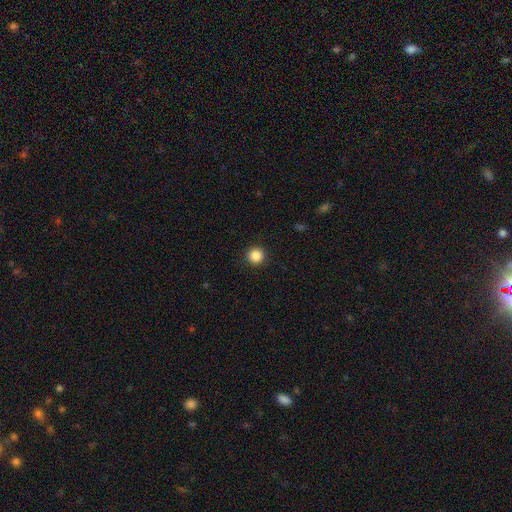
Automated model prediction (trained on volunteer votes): The model was most divided on "smooth or featured": smooth: 87%, star or artifact: 10%, featured or disk: 3%. More confident: how rounded — round (95%); merging — none (93%).